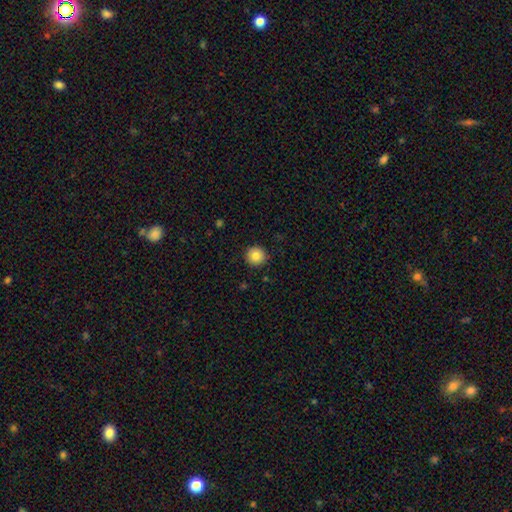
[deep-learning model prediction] A smooth galaxy with no disk features (84%) that is round (95%).

Vote fractions:
- Smooth or featured? smooth: 84% / star or artifact: 9% / featured or disk: 7%
- How rounded? round: 95% / in between: 4% / cigar-shaped: 1%
- Merging? none: 92% / minor disturbance: 6% / major disturbance: 2% / merger: 1%